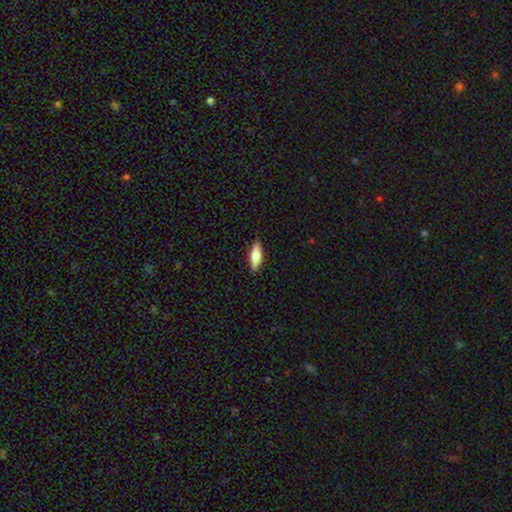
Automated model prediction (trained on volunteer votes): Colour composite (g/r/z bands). It shows a smooth galaxy with no disk features (69%) that is in between round and cigar-shaped (57%). Merging: none (88%).